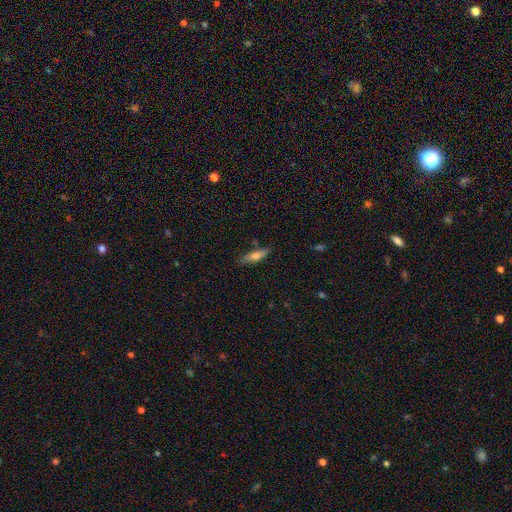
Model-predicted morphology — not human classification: Smooth or featured: smooth — 62% (featured or disk — 31%)
How rounded: cigar-shaped — 72% (in between — 26%)
Merging: none — 82% (minor disturbance — 13%)